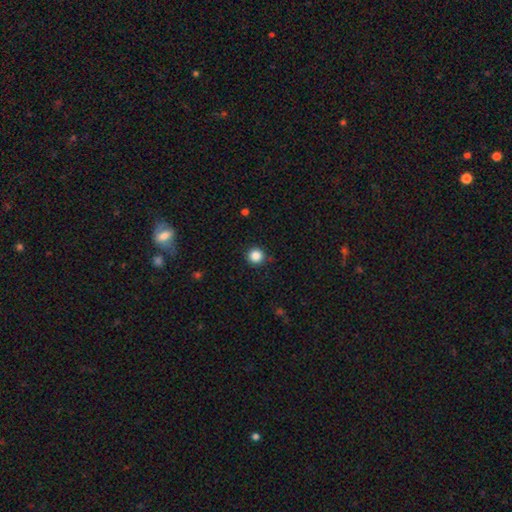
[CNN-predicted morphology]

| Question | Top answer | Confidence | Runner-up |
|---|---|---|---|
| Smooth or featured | smooth | 86% | star or artifact (11%) |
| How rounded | round | 95% | in between (4%) |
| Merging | none | 91% | minor disturbance (6%) |